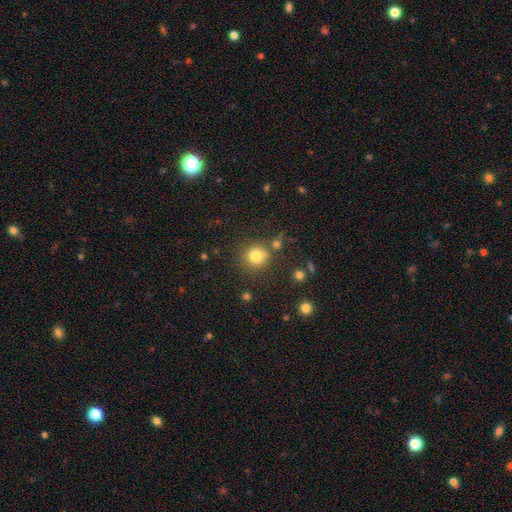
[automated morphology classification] Q: Smooth or featured?
A: smooth (79%); runner-up: star or artifact (13%)
Q: How rounded?
A: round (90%); runner-up: in between (9%)
Q: Merging?
A: none (75%); runner-up: minor disturbance (11%)